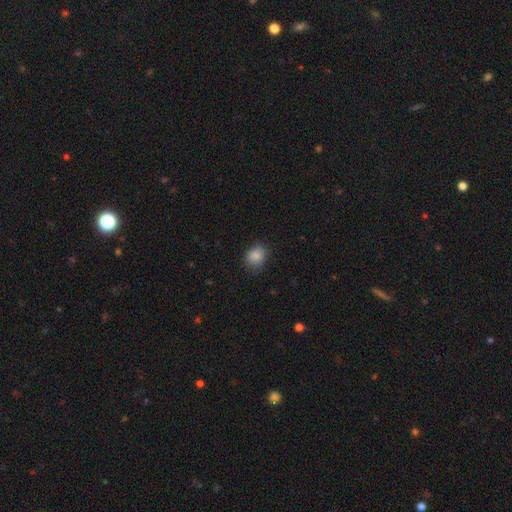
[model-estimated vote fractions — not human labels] Smooth or featured? smooth (86%)
How rounded? in between (54%)
Merging? none (75%)